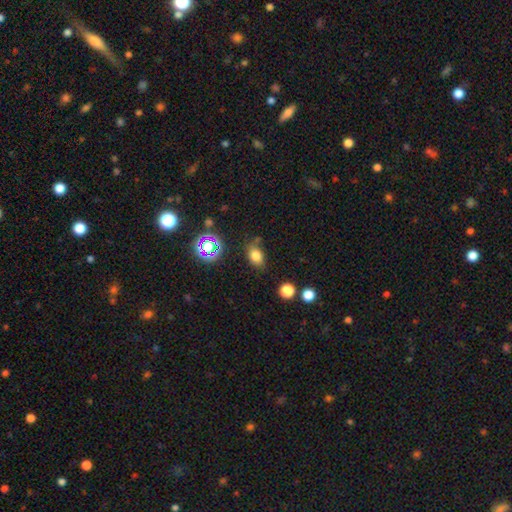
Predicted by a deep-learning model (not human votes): smooth-or-featured: smooth: 75% | star or artifact: 15% | featured or disk: 9%
  how-rounded: in between: 74% | round: 25% | cigar-shaped: 2%
  merging: none: 67% | minor disturbance: 21% | major disturbance: 6% | merger: 6%